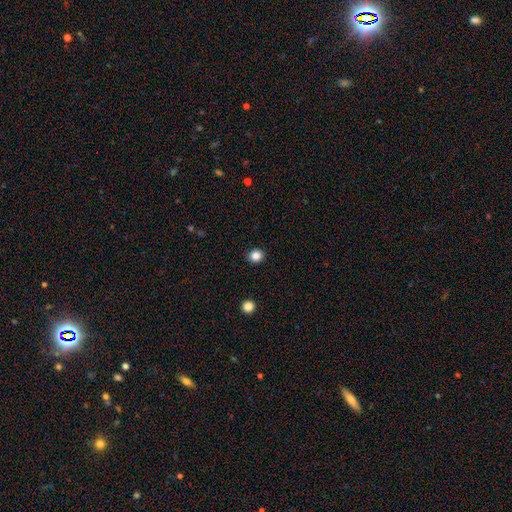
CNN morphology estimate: type=smooth (84%); roundness=round (84%); merging=none (92%).